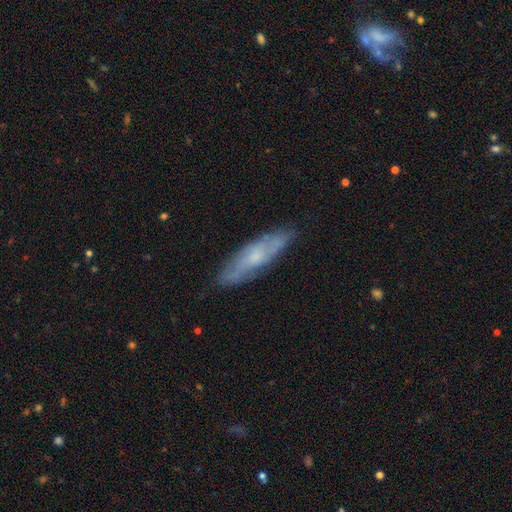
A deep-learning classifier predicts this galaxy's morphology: Q: Smooth or featured?
A: featured or disk (51%); runner-up: smooth (42%)
Q: Edge-on disk?
A: no (53%); runner-up: yes (47%)
Q: Merging?
A: none (79%); runner-up: minor disturbance (16%)